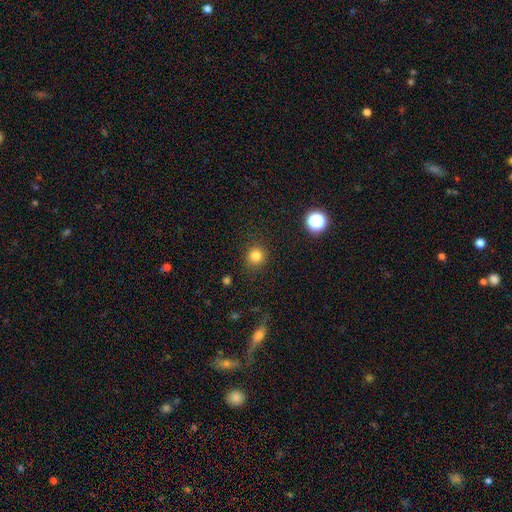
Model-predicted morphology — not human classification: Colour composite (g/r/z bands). It shows a smooth galaxy with no disk features (83%) that is round (91%). Merging: none (89%).